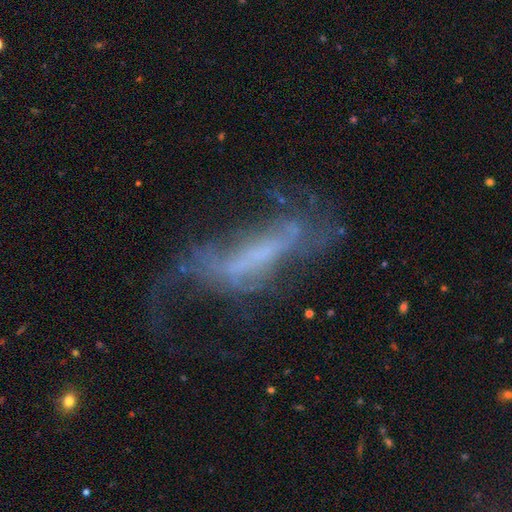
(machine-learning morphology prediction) Smooth or featured: featured or disk — 66% (smooth — 21%)
Edge-on disk: no — 77% (yes — 23%)
Bar: no — 40% (strong — 32%)
Spiral arms: yes — 55% (no — 45%)
Bulge size: none — 53% (small — 25%)
Merging: major disturbance — 44% (none — 31%)